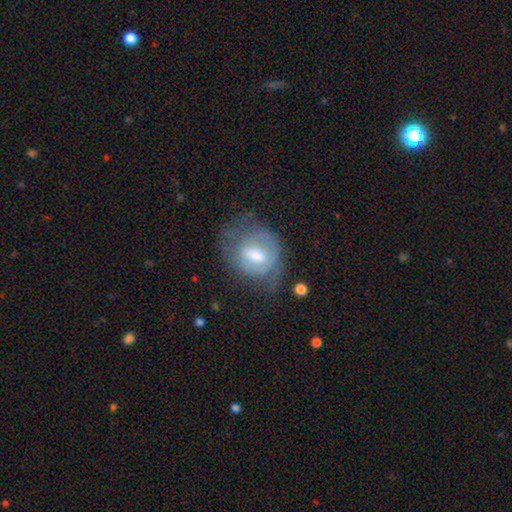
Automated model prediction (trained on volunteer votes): Overall: featured or disk (51%; smooth 40%). Edge-on disk: no (95%). Merging: none (44%; minor disturbance 29%).